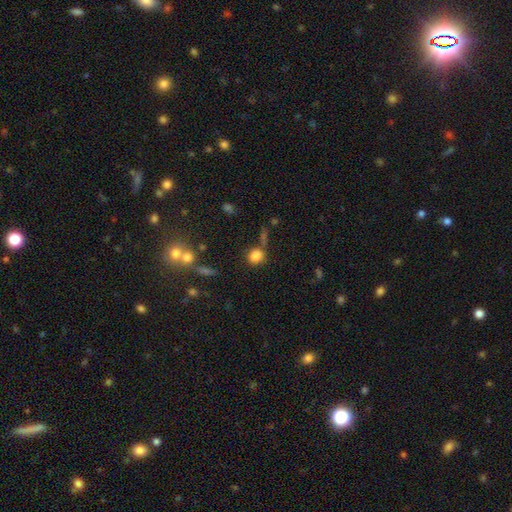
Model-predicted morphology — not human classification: Smooth or featured?
  - smooth: 81% *
  - star or artifact: 13%
  - featured or disk: 6%
How rounded?
  - round: 75% *
  - in between: 23%
  - cigar-shaped: 2%
Merging?
  - none: 63% *
  - merger: 16%
  - minor disturbance: 14%
  - major disturbance: 7%